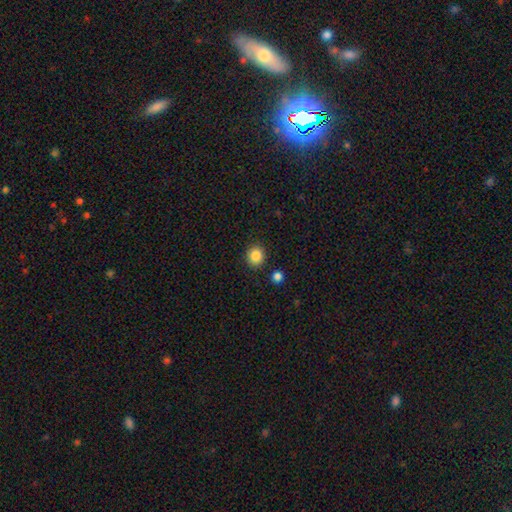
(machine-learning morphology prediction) type=smooth (86%); roundness=round (86%); merging=none (88%).